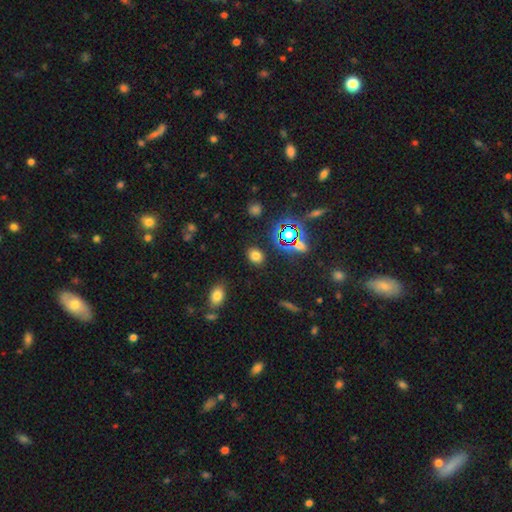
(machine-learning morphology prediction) smooth 74%, star or artifact 19%, featured or disk 8%. Down the decision tree: how rounded — in between (62%); merging — none (86%).